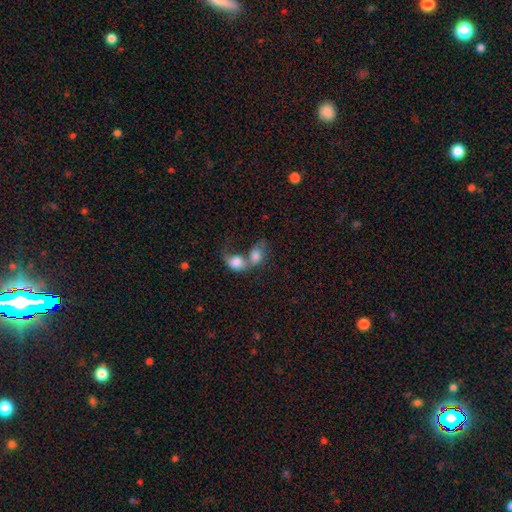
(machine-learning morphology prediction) Overall: smooth (74%). How rounded: in between (68%; round 30%). Merging: merger (79%).